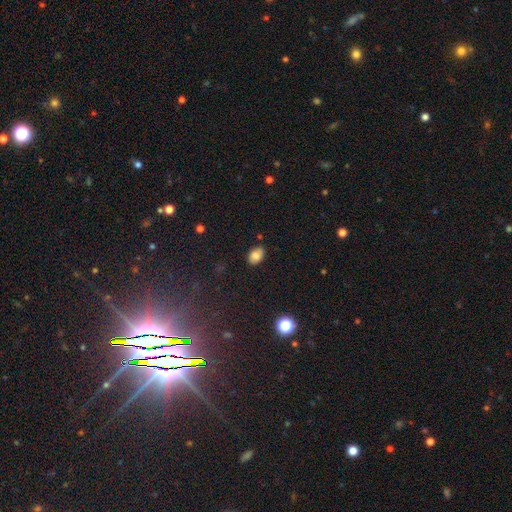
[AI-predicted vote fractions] The model was most divided on "how rounded": in between: 81%, round: 18%, cigar-shaped: 1%. More confident: smooth or featured — smooth (80%); merging — none (80%).